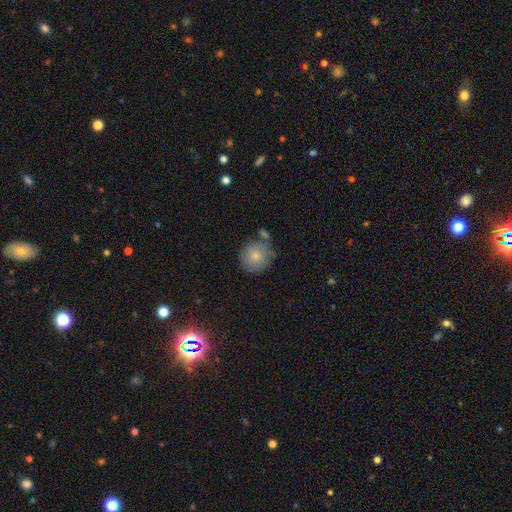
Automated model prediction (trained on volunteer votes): Q: Smooth or featured?
A: smooth (77%); runner-up: featured or disk (16%)
Q: How rounded?
A: round (93%); runner-up: in between (6%)
Q: Merging?
A: none (71%); runner-up: minor disturbance (16%)